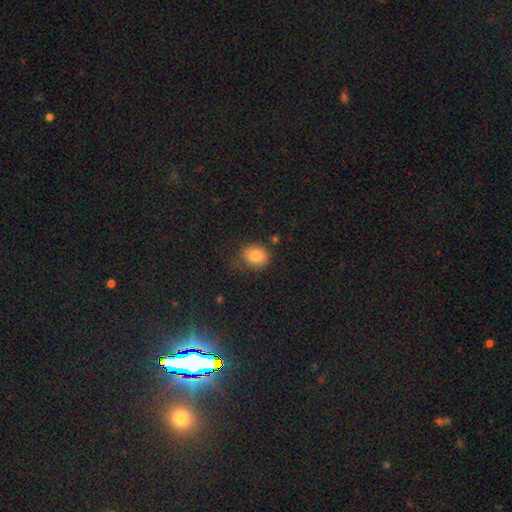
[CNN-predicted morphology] Q: Smooth or featured?
A: smooth (82%); runner-up: star or artifact (10%)
Q: How rounded?
A: round (65%); runner-up: in between (34%)
Q: Merging?
A: none (69%); runner-up: minor disturbance (21%)